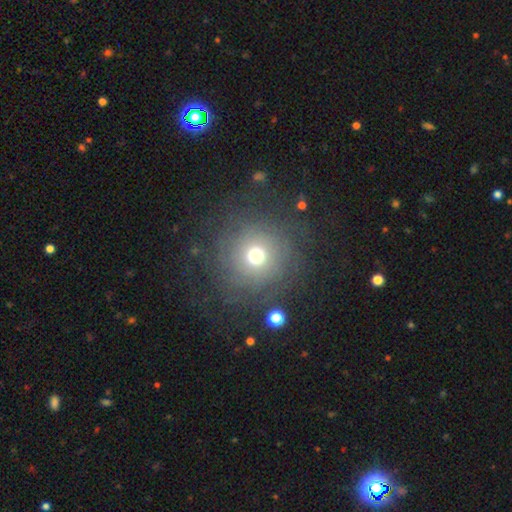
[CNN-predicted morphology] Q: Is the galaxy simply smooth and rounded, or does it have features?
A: smooth — 45%.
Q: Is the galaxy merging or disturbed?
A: none — 78%.